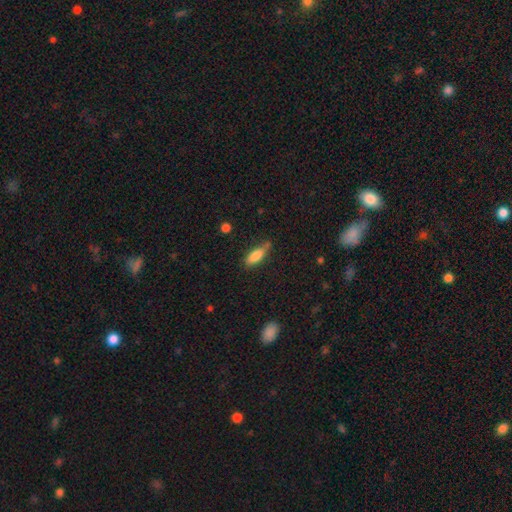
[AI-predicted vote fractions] smooth 81%, featured or disk 11%, star or artifact 7%. Down the decision tree: how rounded — in between (63%); merging — none (66%).